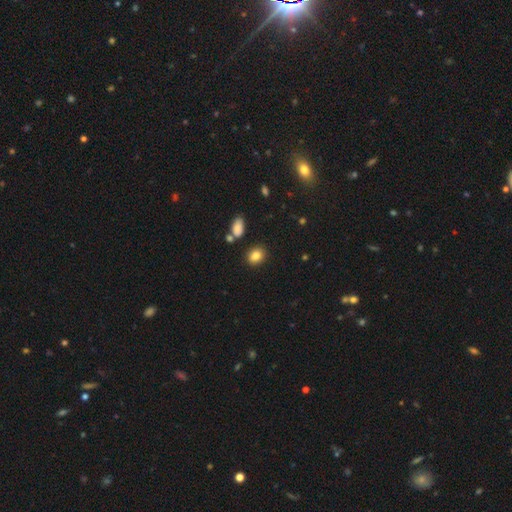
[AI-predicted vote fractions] The model was most divided on "how rounded": round: 54%, in between: 45%, cigar-shaped: 1%. More confident: merging — none (85%); smooth or featured — smooth (84%).